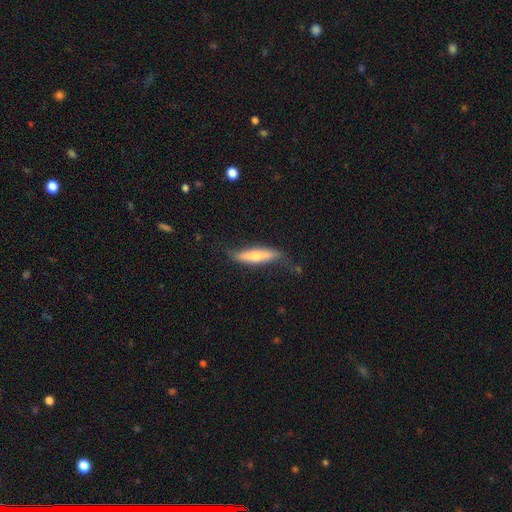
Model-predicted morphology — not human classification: Smooth or featured?
  - smooth: 48% *
  - featured or disk: 45%
  - star or artifact: 7%
Merging?
  - none: 60% *
  - minor disturbance: 28%
  - major disturbance: 10%
  - merger: 2%